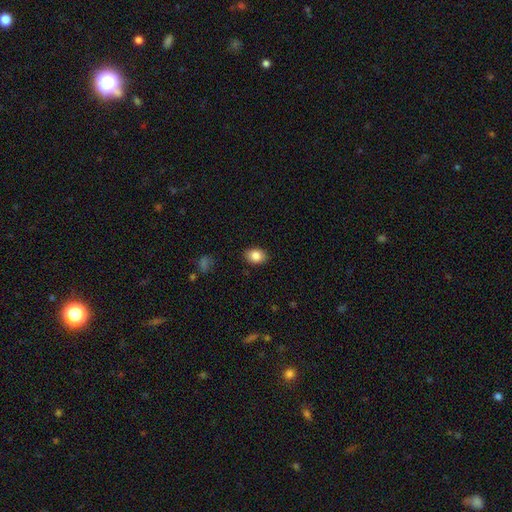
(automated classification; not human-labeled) A smooth galaxy with no disk features (85%) that is in between round and cigar-shaped (70%).

Vote fractions:
- Smooth or featured? smooth: 85% / star or artifact: 9% / featured or disk: 6%
- How rounded? in between: 70% / round: 29% / cigar-shaped: 1%
- Merging? none: 88% / minor disturbance: 9% / major disturbance: 2% / merger: 1%